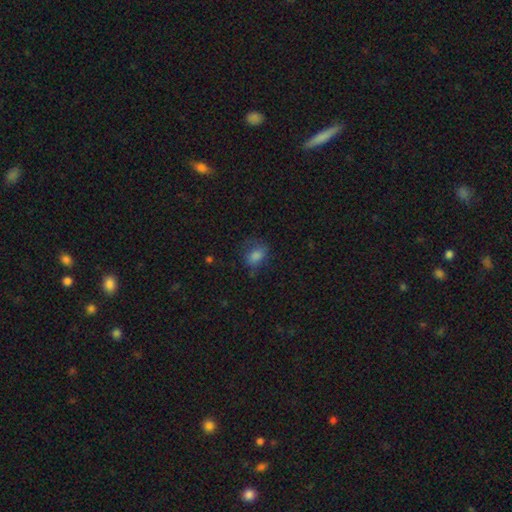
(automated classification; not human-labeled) smooth 76%, star or artifact 13%, featured or disk 11%. Down the decision tree: how rounded — in between (71%); merging — none (57%).